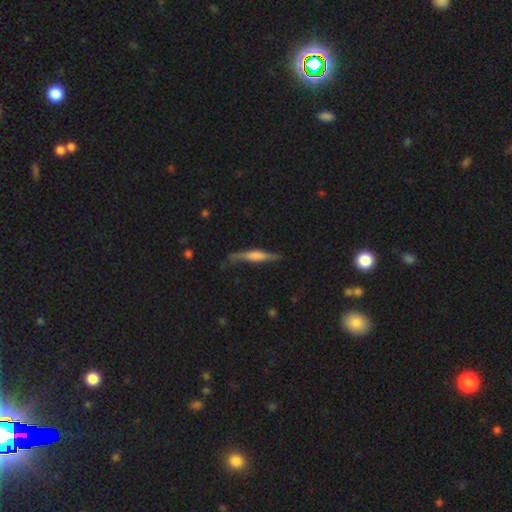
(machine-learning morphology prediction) A featured or disk galaxy (57%) viewed edge-on (94%) with a rounded central bulge (46%).

Vote fractions:
- Smooth or featured? featured or disk: 57% / smooth: 36% / star or artifact: 7%
- Edge-on disk? yes: 94% / no: 6%
- Edge-on bulge? rounded: 46% / boxy: 38% / none: 16%
- Merging? none: 74% / minor disturbance: 19% / major disturbance: 5% / merger: 2%